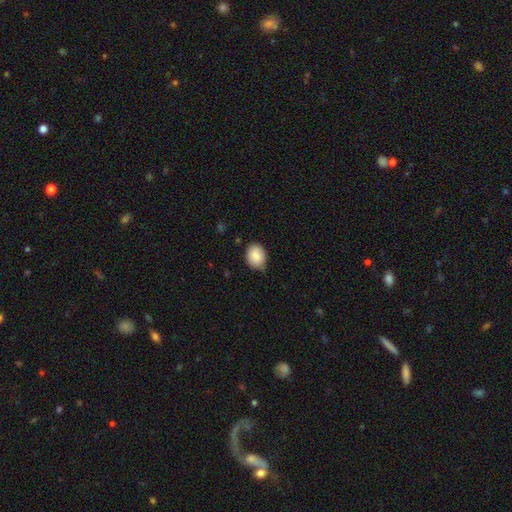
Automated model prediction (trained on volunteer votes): smooth-or-featured: smooth: 88% | star or artifact: 7% | featured or disk: 5%
  how-rounded: round: 50% | in between: 49% | cigar-shaped: 1%
  merging: none: 72% | minor disturbance: 23% | major disturbance: 3% | merger: 1%